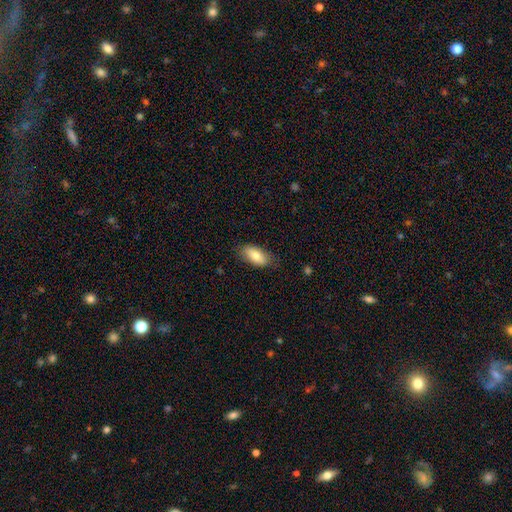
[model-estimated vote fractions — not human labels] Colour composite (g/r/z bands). It shows a smooth galaxy with no disk features (78%) that is in between round and cigar-shaped (90%). Merging: none (79%).